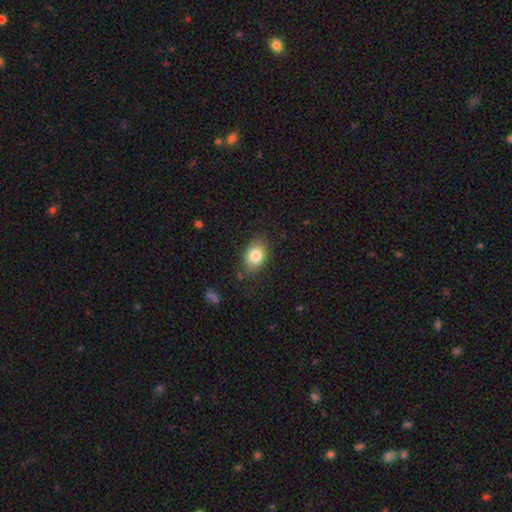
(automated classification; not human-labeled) Overall: smooth (82%). How rounded: in between (79%). Merging: none (81%).